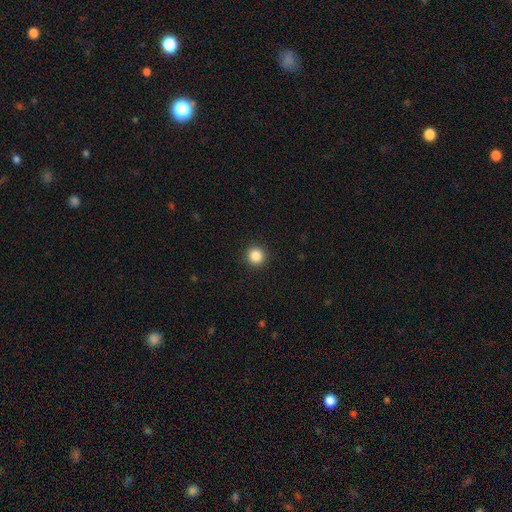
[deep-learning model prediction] smooth 86%, star or artifact 10%, featured or disk 3%. Down the decision tree: how rounded — round (96%); merging — none (93%).